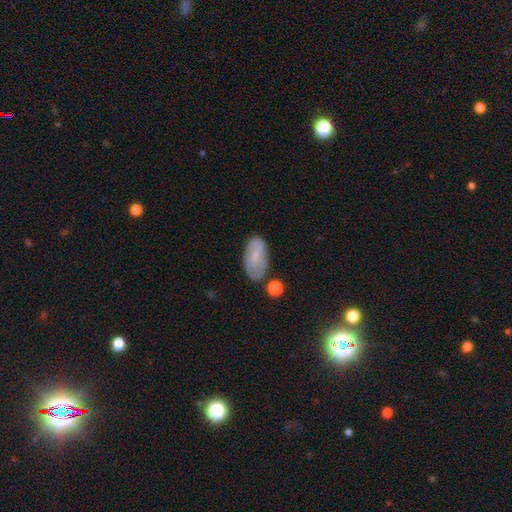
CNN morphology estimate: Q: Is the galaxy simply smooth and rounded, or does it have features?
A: smooth — 49%.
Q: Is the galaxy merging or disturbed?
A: none — 68%.